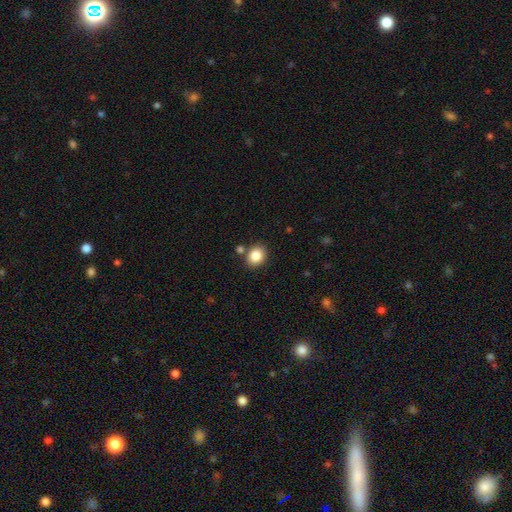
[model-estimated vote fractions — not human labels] Smooth or featured?
  - smooth: 85% *
  - star or artifact: 9%
  - featured or disk: 6%
How rounded?
  - round: 59% *
  - in between: 40%
  - cigar-shaped: 1%
Merging?
  - none: 80% *
  - minor disturbance: 9%
  - merger: 8%
  - major disturbance: 3%